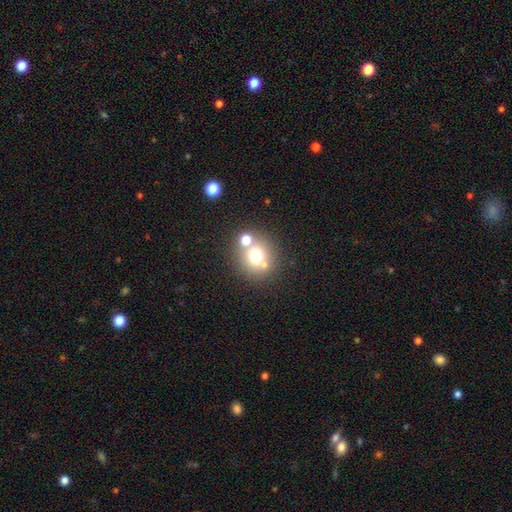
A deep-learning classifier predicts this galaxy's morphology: smooth-or-featured: smooth: 67% | featured or disk: 17% | star or artifact: 16%
  how-rounded: round: 85% | in between: 14% | cigar-shaped: 1%
  merging: none: 64% | merger: 24% | minor disturbance: 8% | major disturbance: 4%